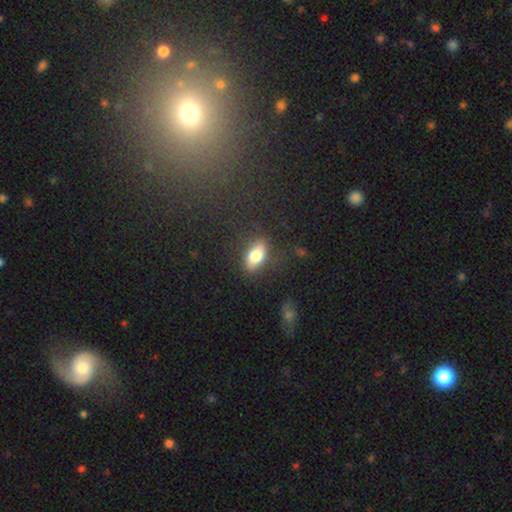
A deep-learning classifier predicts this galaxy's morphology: Smooth or featured: smooth — 76% (featured or disk — 16%)
How rounded: in between — 84% (cigar-shaped — 10%)
Merging: none — 78% (minor disturbance — 15%)